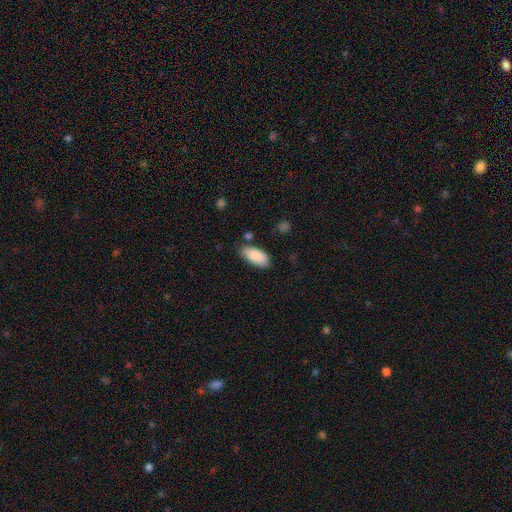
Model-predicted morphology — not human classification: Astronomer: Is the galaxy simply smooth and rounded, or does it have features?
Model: smooth — 89%.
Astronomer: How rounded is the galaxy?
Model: in between — 91%.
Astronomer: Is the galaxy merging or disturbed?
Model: none — 75%.